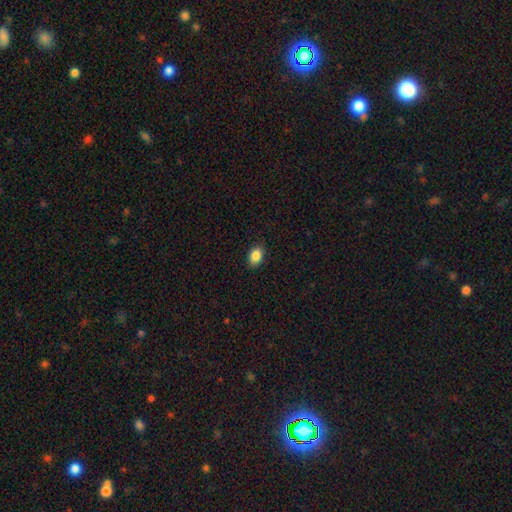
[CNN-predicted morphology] This is clearly a smooth galaxy (87%). How rounded: likely in between (80%). Merging: clearly none (88%).